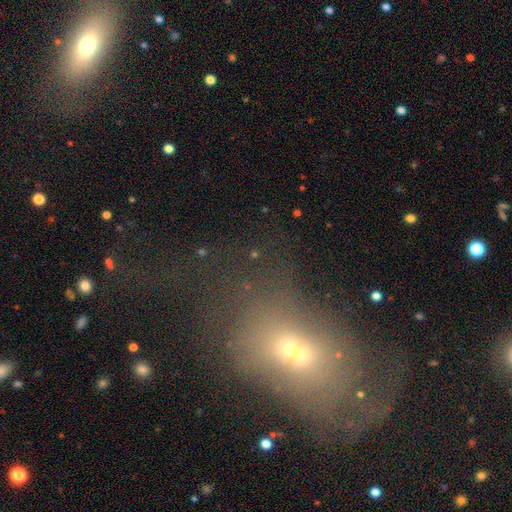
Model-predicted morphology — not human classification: A smooth galaxy with no disk features (43%).

Vote fractions:
- Smooth or featured? smooth: 43% / star or artifact: 31% / featured or disk: 25%
- Merging? none: 34% / major disturbance: 29% / merger: 21% / minor disturbance: 15%